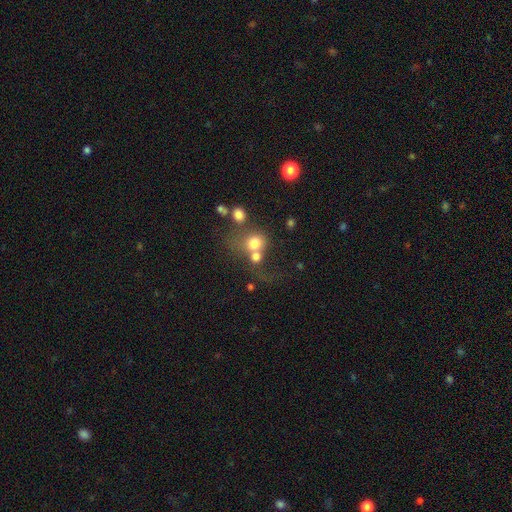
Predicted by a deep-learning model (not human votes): Smooth or featured: smooth — 46% (star or artifact — 30%)
Merging: merger — 44% (none — 34%)